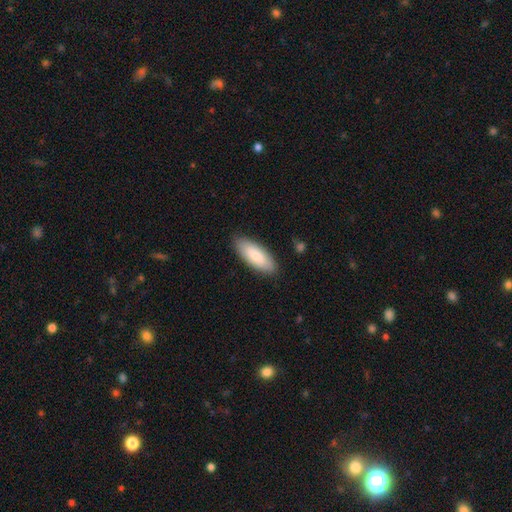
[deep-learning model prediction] smooth 80%, featured or disk 15%, star or artifact 5%. Down the decision tree: how rounded — in between (75%); merging — none (86%).